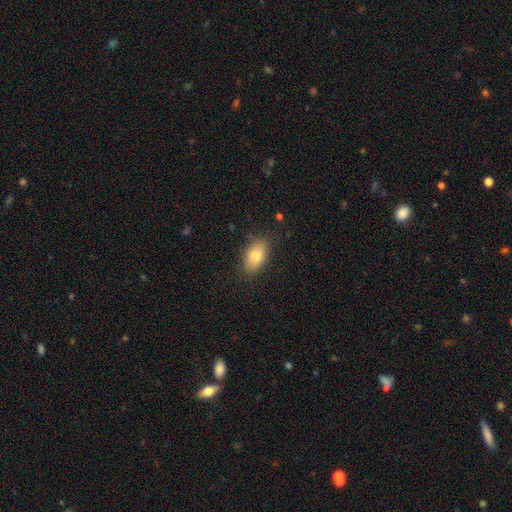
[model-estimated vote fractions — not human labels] This is clearly a smooth galaxy (83%). How rounded: clearly in between (91%). Merging: clearly none (81%).